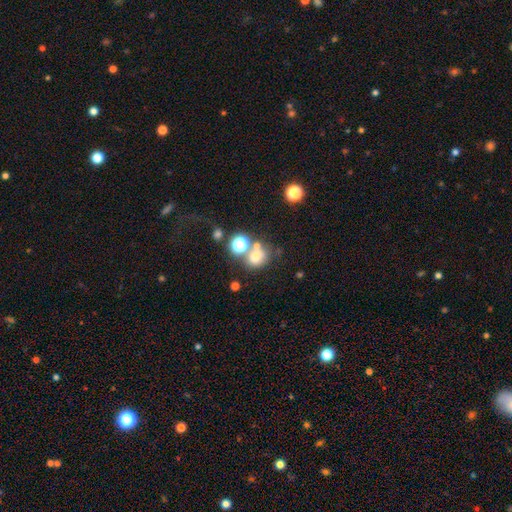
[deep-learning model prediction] This is likely a smooth galaxy (64%). How rounded: likely round (63%). Merging: possibly none (45%).